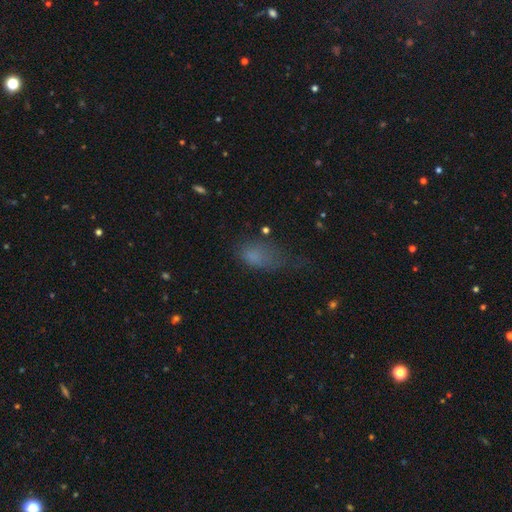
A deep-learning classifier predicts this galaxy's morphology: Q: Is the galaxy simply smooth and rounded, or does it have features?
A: smooth — 71%.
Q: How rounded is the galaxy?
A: in between — 84%.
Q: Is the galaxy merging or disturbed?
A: major disturbance — 39%.